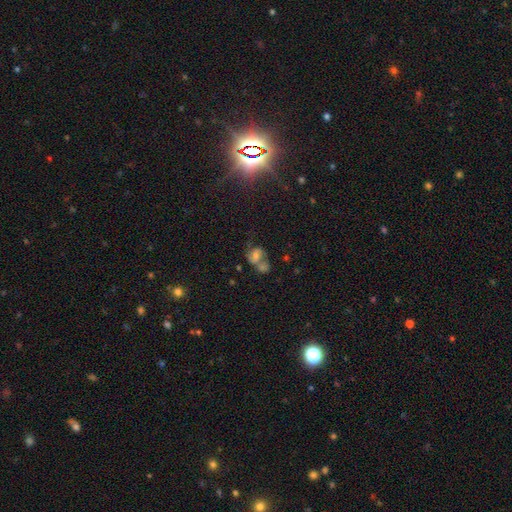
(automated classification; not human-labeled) This appears to be a featured or disk galaxy (57%) with no bar (56%), spiral arms (80%) and a moderate central bulge (55%). Merging: merger (51%).